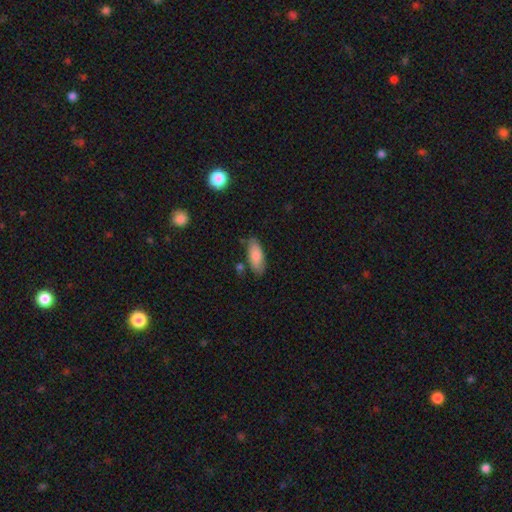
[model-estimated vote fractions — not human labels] Overall: smooth (83%). How rounded: in between (82%). Merging: none (75%).